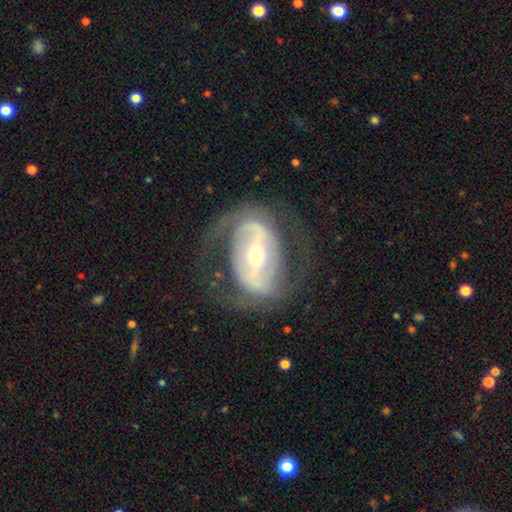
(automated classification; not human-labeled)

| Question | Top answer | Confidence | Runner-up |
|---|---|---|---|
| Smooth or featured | featured or disk | 83% | smooth (11%) |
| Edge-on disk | no | 95% | yes (5%) |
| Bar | strong | 51% | weak (30%) |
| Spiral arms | yes | 78% | no (22%) |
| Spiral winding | medium | 43% | tight (33%) |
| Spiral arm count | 2 | 77% | can't tell (13%) |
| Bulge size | small | 50% | moderate (45%) |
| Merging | none | 67% | major disturbance (17%) |